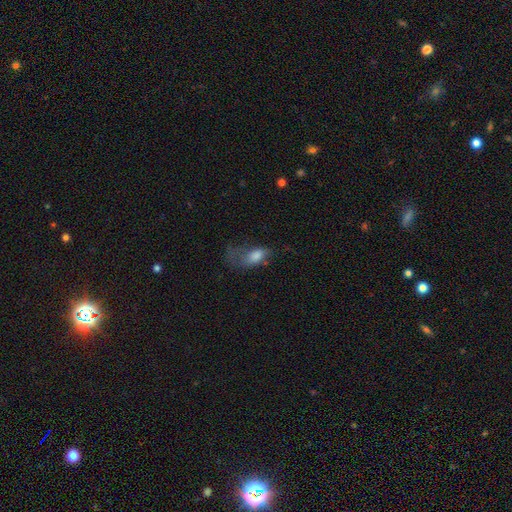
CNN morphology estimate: Q: Smooth or featured?
A: smooth (64%); runner-up: featured or disk (25%)
Q: How rounded?
A: in between (84%); runner-up: cigar-shaped (9%)
Q: Merging?
A: major disturbance (52%); runner-up: none (23%)